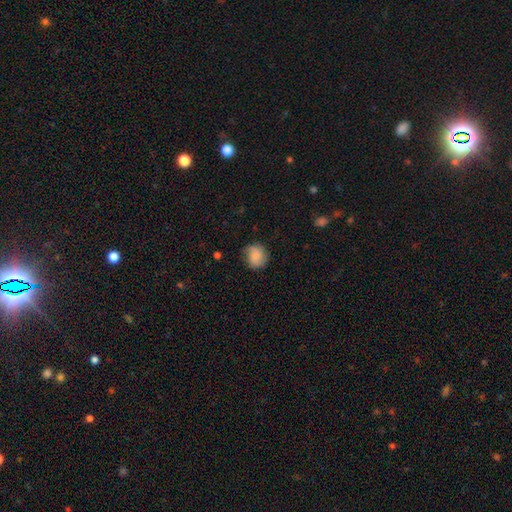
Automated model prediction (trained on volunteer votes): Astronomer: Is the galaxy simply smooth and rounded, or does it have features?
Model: smooth — 73%.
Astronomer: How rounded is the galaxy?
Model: round — 78%.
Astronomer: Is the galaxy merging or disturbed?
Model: none — 73%.